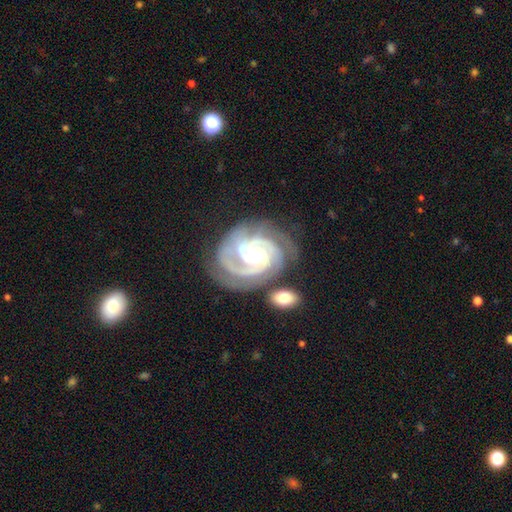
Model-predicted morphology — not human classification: featured or disk 93%, star or artifact 4%, smooth 3%. Down the decision tree: edge-on disk — no (98%); bar — no (64%); spiral arms — yes (98%); spiral arm count — 3 (43%); spiral winding — tight (74%); bulge size — moderate (56%); merging — none (58%).